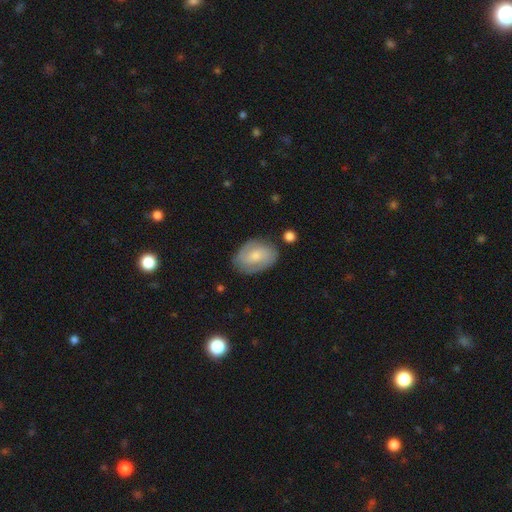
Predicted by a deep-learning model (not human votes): featured or disk 51%, smooth 43%, star or artifact 7%. Down the decision tree: edge-on disk — no (96%); merging — none (76%).